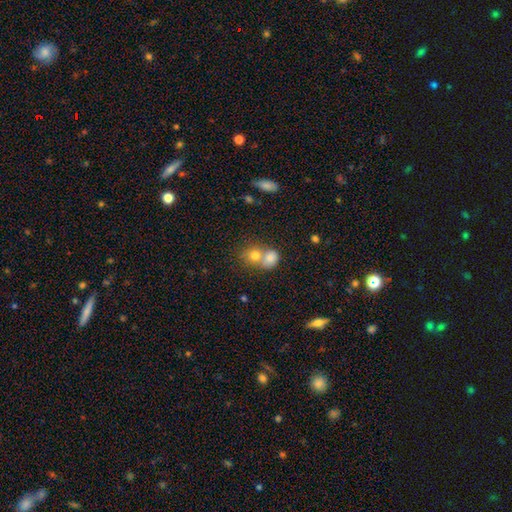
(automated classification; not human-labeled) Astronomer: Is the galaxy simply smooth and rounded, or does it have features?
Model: smooth — 72%.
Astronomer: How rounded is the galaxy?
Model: round — 66%.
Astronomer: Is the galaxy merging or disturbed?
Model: merger — 61%.